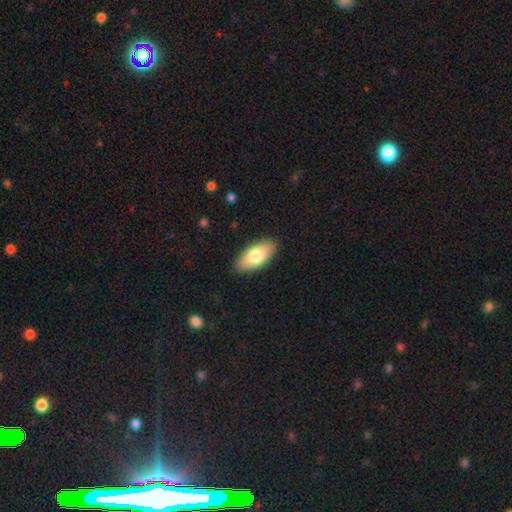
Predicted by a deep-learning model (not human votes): Smooth or featured?
  - smooth: 76% *
  - featured or disk: 18%
  - star or artifact: 6%
How rounded?
  - in between: 90% *
  - cigar-shaped: 8%
  - round: 2%
Merging?
  - none: 88% *
  - minor disturbance: 9%
  - major disturbance: 2%
  - merger: 1%